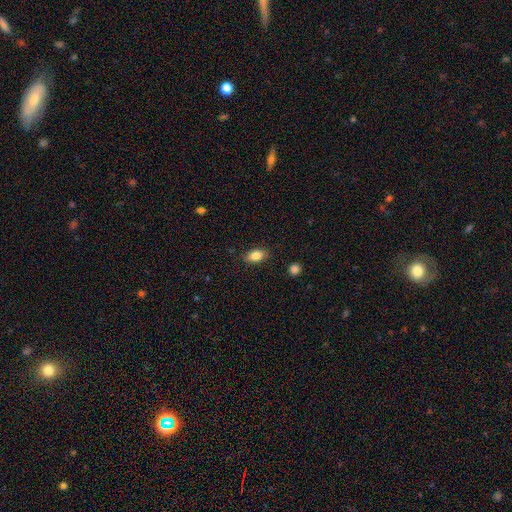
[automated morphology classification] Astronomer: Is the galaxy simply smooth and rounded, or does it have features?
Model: smooth — 86%.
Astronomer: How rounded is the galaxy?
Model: in between — 89%.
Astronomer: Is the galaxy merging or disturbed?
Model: none — 86%.